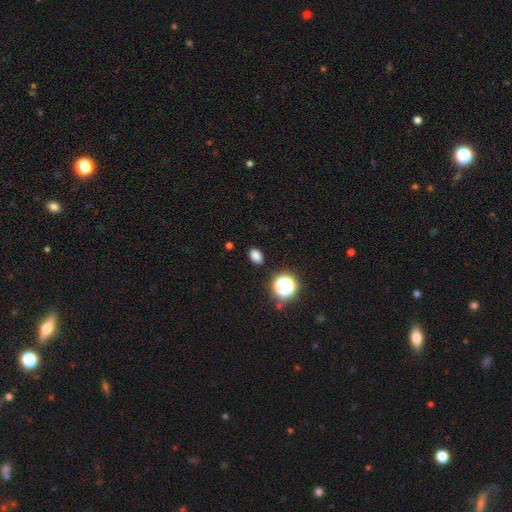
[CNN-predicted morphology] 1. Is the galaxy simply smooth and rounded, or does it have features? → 80% smooth, 16% star or artifact, 4% featured or disk.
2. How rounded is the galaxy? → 77% in between, 21% round, 1% cigar-shaped.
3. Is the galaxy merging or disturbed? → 87% none, 9% minor disturbance, 3% major disturbance, 2% merger.